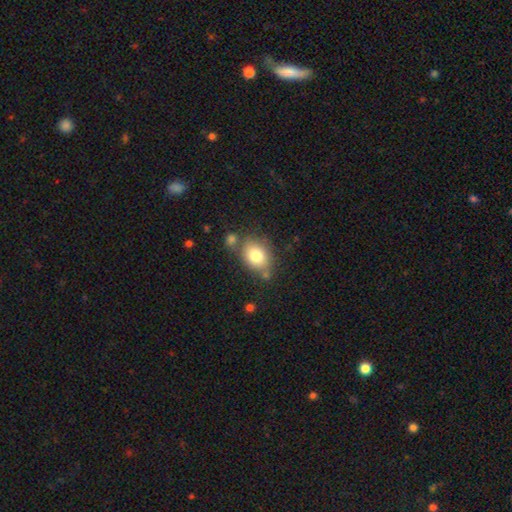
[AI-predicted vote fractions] This appears to be a smooth galaxy with no disk features (79%) that is in between round and cigar-shaped (63%). Merging: none (63%).